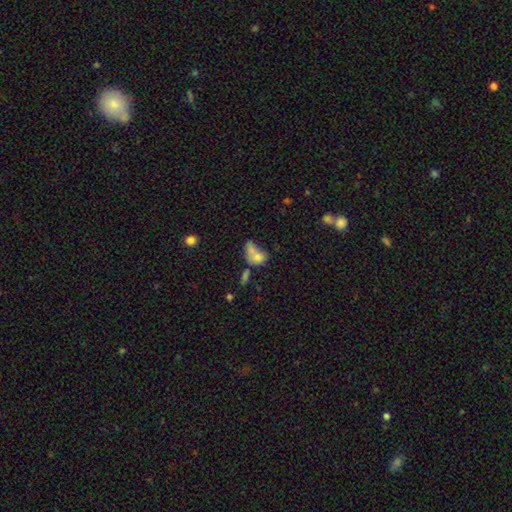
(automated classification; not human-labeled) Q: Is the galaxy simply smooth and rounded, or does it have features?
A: smooth — 72%.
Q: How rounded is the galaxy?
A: in between — 68%.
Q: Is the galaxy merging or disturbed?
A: merger — 56%.